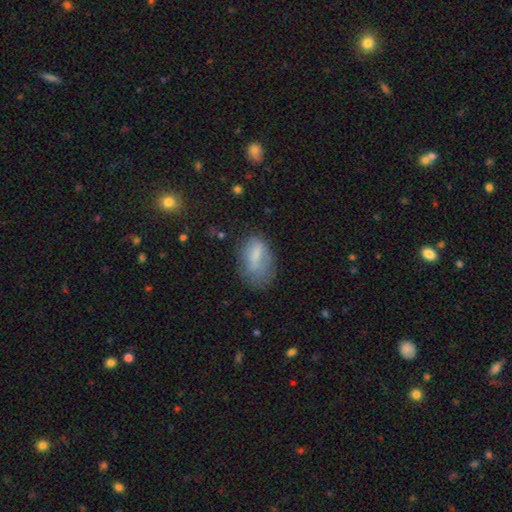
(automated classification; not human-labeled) Smooth or featured? smooth (68%)
How rounded? in between (87%)
Merging? none (40%)